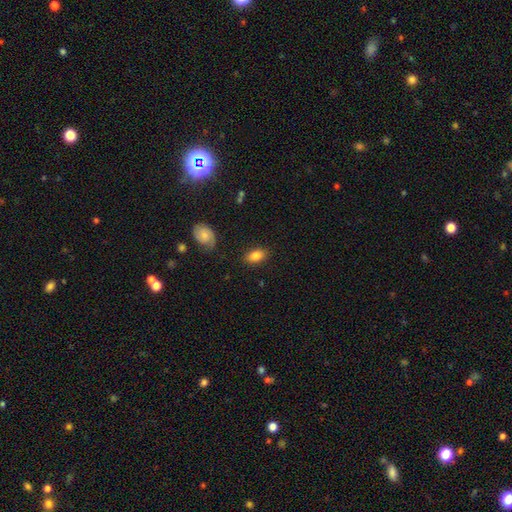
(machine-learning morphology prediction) This is clearly a smooth galaxy (84%). How rounded: clearly in between (89%). Merging: clearly none (85%).